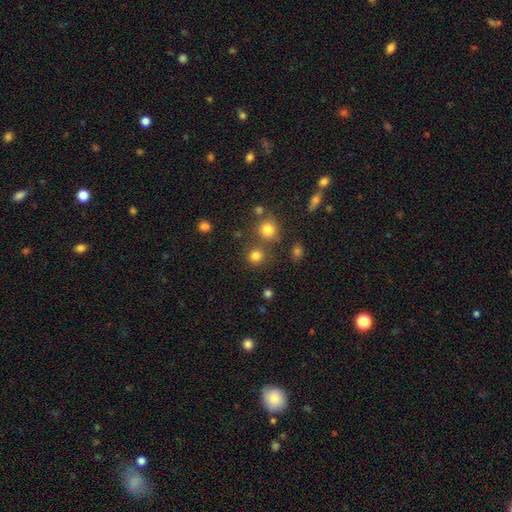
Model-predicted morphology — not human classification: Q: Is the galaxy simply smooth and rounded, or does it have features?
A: smooth — 80%.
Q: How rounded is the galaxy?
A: round — 89%.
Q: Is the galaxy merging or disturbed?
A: none — 73%.